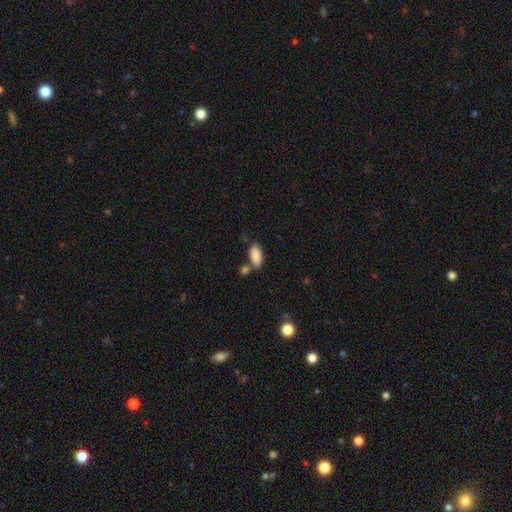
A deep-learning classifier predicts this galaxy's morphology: Smooth or featured? Predicted: smooth (p=0.87). How rounded? Predicted: in between (p=0.86). Merging? Predicted: none (p=0.65).